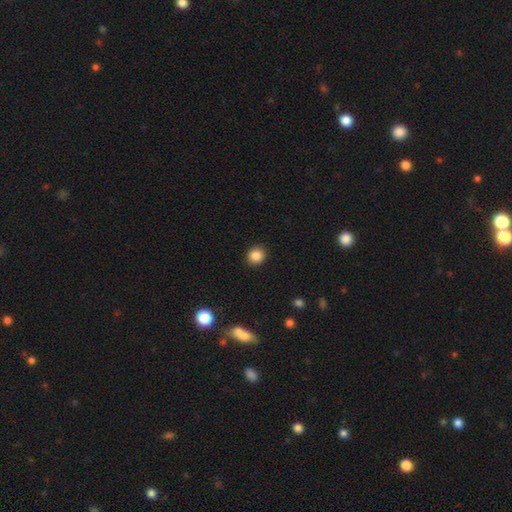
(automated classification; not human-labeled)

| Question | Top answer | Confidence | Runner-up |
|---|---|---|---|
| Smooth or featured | smooth | 85% | star or artifact (11%) |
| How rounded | round | 85% | in between (14%) |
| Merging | none | 91% | minor disturbance (6%) |